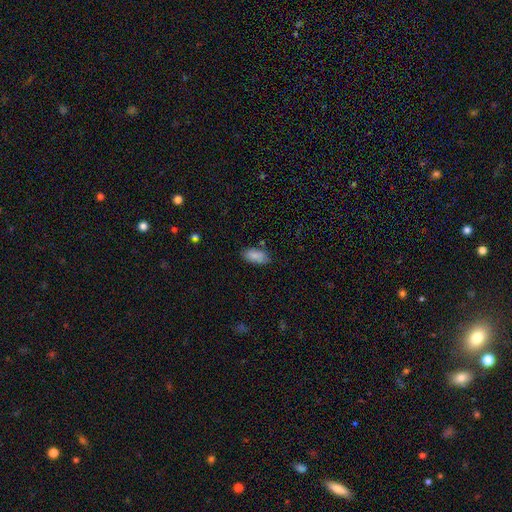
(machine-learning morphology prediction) Smooth or featured?
  - smooth: 87% *
  - star or artifact: 7%
  - featured or disk: 6%
How rounded?
  - in between: 91% *
  - cigar-shaped: 7%
  - round: 2%
Merging?
  - none: 77% *
  - minor disturbance: 16%
  - merger: 3%
  - major disturbance: 3%